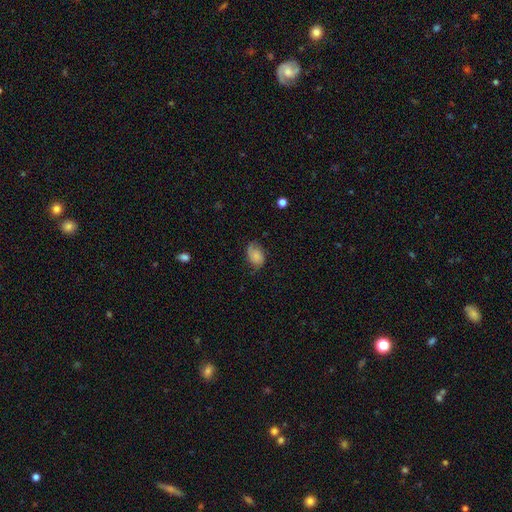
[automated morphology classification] Smooth or featured?
  - smooth: 55% *
  - featured or disk: 36%
  - star or artifact: 9%
How rounded?
  - in between: 78% *
  - round: 20%
  - cigar-shaped: 1%
Merging?
  - none: 62% *
  - minor disturbance: 27%
  - major disturbance: 10%
  - merger: 1%